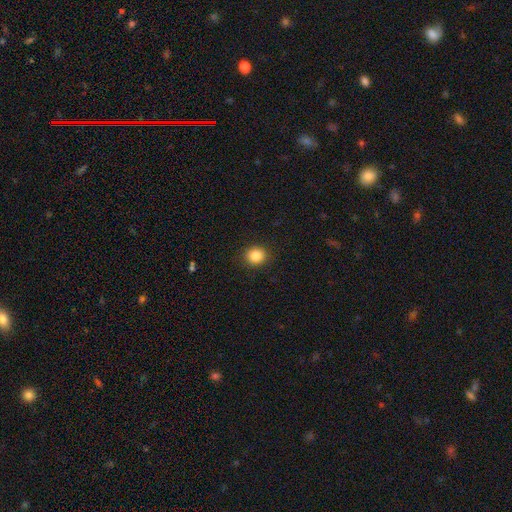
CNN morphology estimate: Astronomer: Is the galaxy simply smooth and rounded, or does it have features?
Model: smooth — 86%.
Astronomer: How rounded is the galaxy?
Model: round — 86%.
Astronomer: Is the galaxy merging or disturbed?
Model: none — 91%.